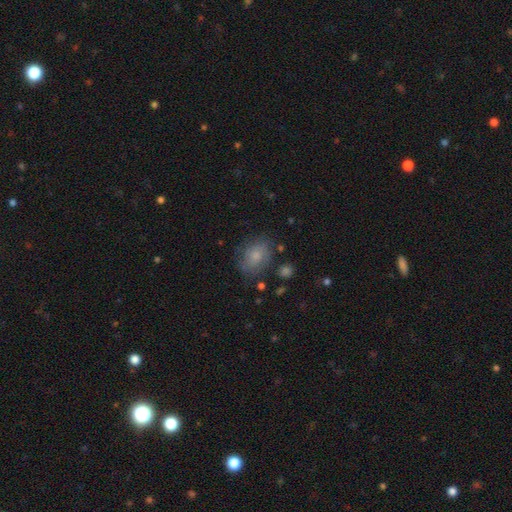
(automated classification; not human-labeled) smooth 69%, featured or disk 21%, star or artifact 10%. Down the decision tree: how rounded — in between (69%); merging — none (68%).